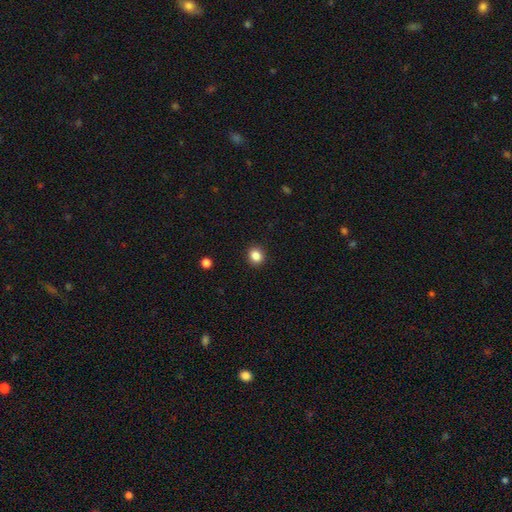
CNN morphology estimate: Overall: smooth (86%). How rounded: round (76%). Merging: none (91%).